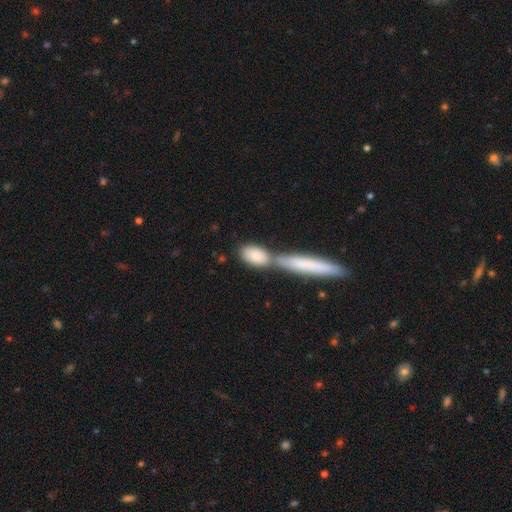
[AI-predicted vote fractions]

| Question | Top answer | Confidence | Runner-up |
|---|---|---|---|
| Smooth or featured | smooth | 81% | featured or disk (13%) |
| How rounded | in between | 78% | cigar-shaped (16%) |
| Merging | merger | 45% | none (41%) |